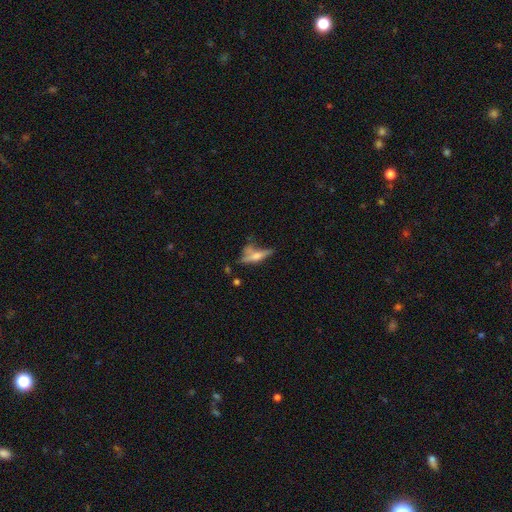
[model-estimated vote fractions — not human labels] featured or disk 49%, smooth 40%, star or artifact 10%. Down the decision tree: merging — none (49%).